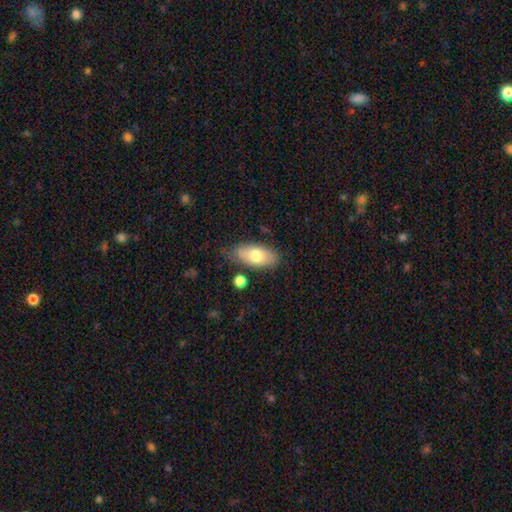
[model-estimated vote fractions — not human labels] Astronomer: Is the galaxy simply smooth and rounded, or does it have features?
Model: smooth — 71%.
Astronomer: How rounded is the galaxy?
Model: in between — 89%.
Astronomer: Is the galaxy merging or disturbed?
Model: none — 74%.